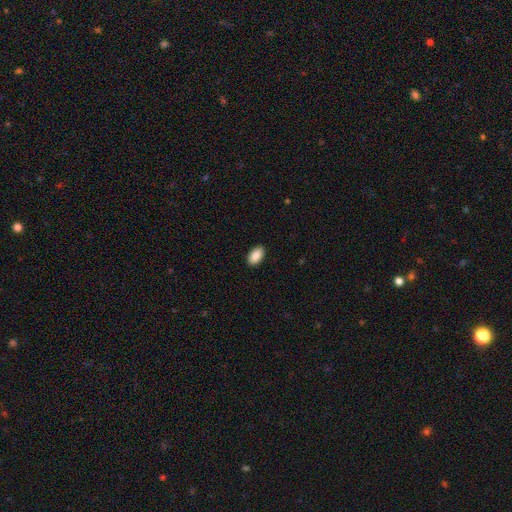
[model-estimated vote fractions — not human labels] Smooth or featured? Predicted: smooth (p=0.90). How rounded? Predicted: in between (p=0.95). Merging? Predicted: none (p=0.90).